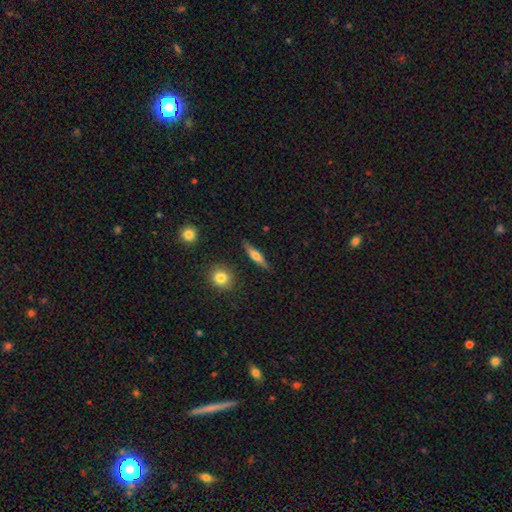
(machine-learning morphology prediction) Q: Smooth or featured?
A: smooth (50%); runner-up: featured or disk (43%)
Q: Merging?
A: none (86%); runner-up: minor disturbance (10%)